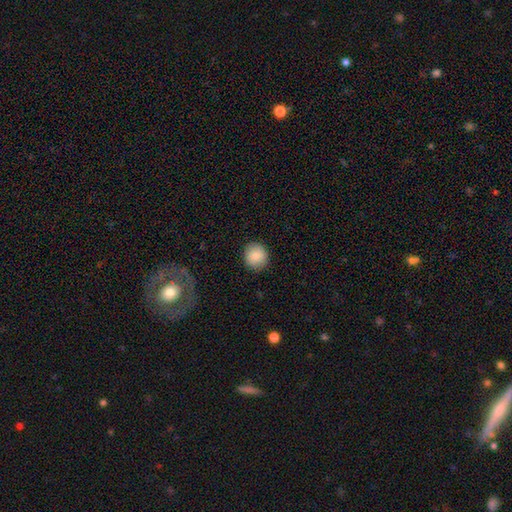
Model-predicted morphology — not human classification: The model was most divided on "how rounded": round: 87%, in between: 13%, cigar-shaped: 1%. More confident: merging — none (90%); smooth or featured — smooth (84%).